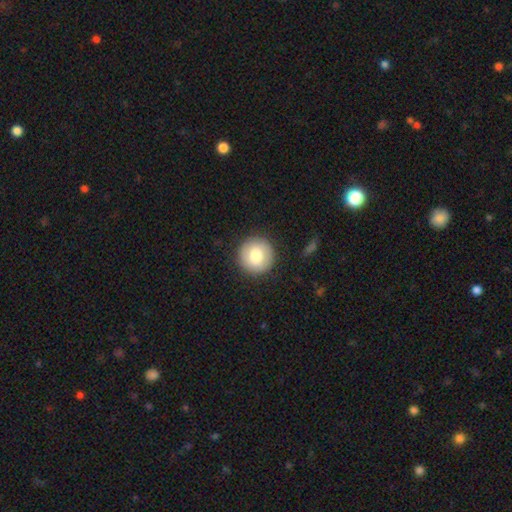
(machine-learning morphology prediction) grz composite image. It shows a smooth galaxy with no disk features (76%) that is round (95%). Merging: none (90%).